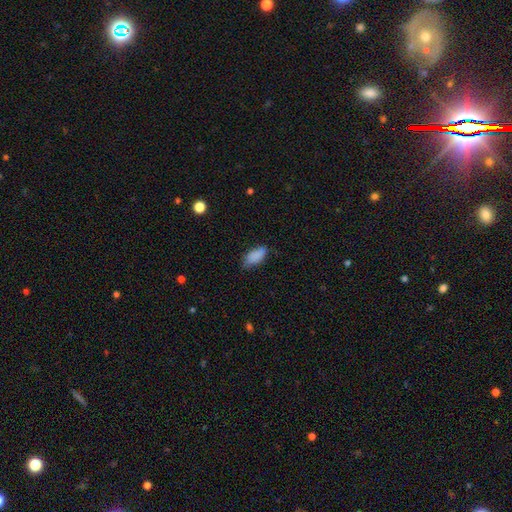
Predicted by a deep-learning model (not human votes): Smooth or featured? smooth (86%)
How rounded? in between (87%)
Merging? none (66%)